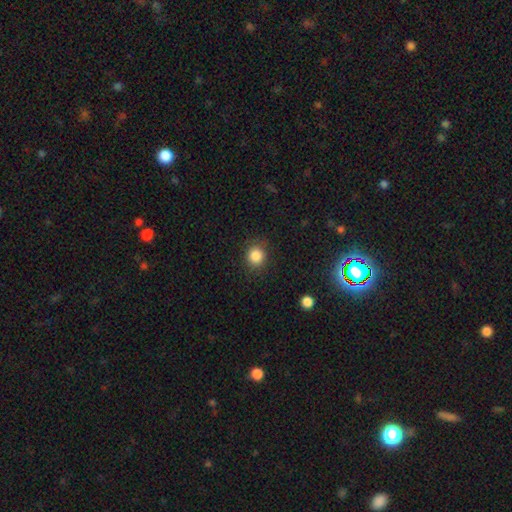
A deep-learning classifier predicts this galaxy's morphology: This is clearly a smooth galaxy (86%). How rounded: clearly round (86%). Merging: clearly none (87%).